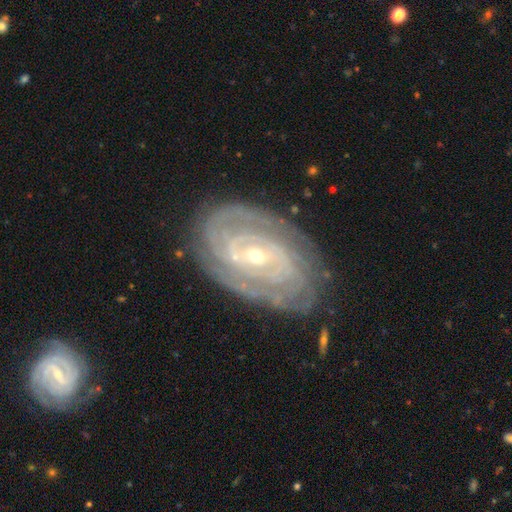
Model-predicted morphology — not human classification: The model was most divided on "bar": no: 41%, weak: 38%, strong: 21%. Remaining: spiral arms — yes (97%); edge-on disk — no (96%); smooth or featured — featured or disk (89%); spiral winding — tight (81%); merging — none (78%); bulge size — small (64%); spiral arm count — can't tell (28%).